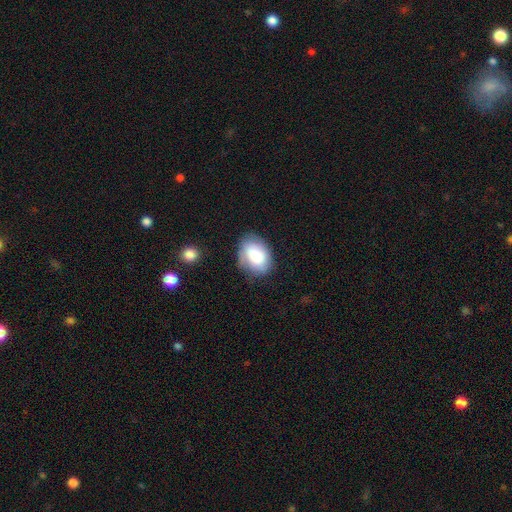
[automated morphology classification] Smooth or featured?
  - smooth: 80% *
  - featured or disk: 13%
  - star or artifact: 7%
How rounded?
  - in between: 82% *
  - round: 17%
  - cigar-shaped: 1%
Merging?
  - none: 65% *
  - minor disturbance: 24%
  - major disturbance: 8%
  - merger: 3%